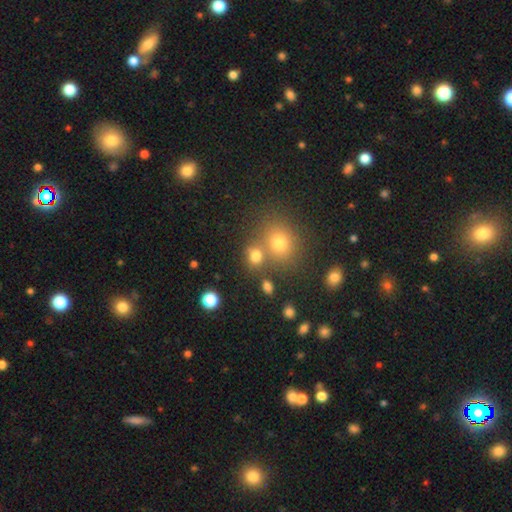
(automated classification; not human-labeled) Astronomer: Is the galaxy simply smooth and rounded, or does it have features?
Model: smooth — 73%.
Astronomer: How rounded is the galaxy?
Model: round — 68%.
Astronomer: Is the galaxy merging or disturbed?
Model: none — 56%.